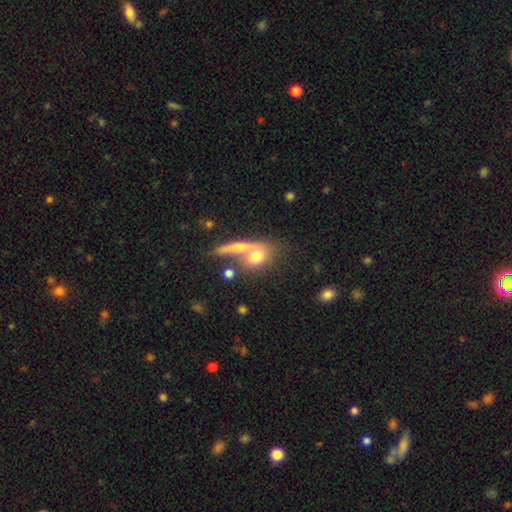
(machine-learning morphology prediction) Smooth or featured?
  - smooth: 69% *
  - featured or disk: 21%
  - star or artifact: 9%
How rounded?
  - in between: 47% *
  - round: 41%
  - cigar-shaped: 11%
Merging?
  - merger: 44% *
  - none: 37%
  - minor disturbance: 11%
  - major disturbance: 8%